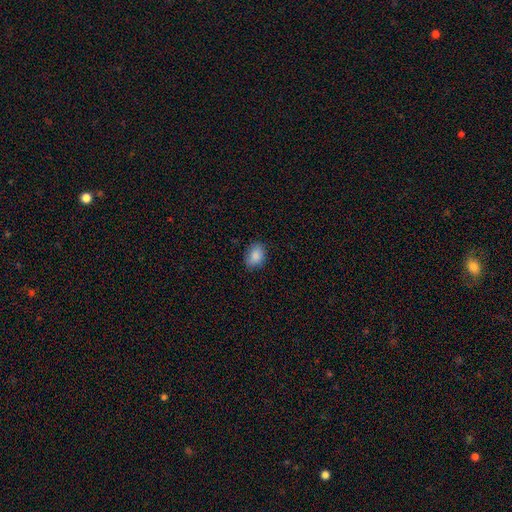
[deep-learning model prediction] smooth-or-featured: smooth: 87% | star or artifact: 8% | featured or disk: 5%
  how-rounded: in between: 76% | round: 23% | cigar-shaped: 1%
  merging: none: 82% | minor disturbance: 14% | major disturbance: 3% | merger: 1%